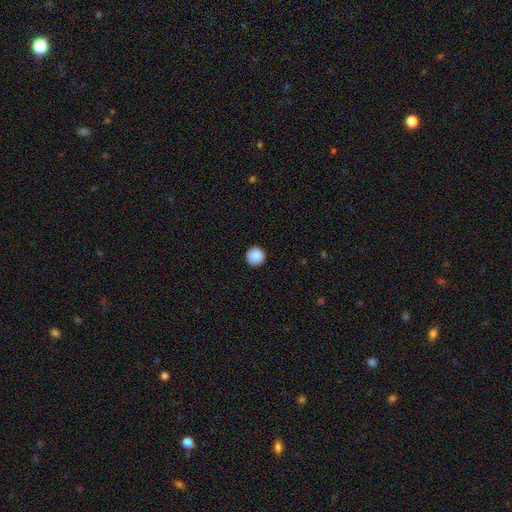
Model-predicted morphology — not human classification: A smooth galaxy with no disk features (89%) that is round (96%). Merging: none (92%).